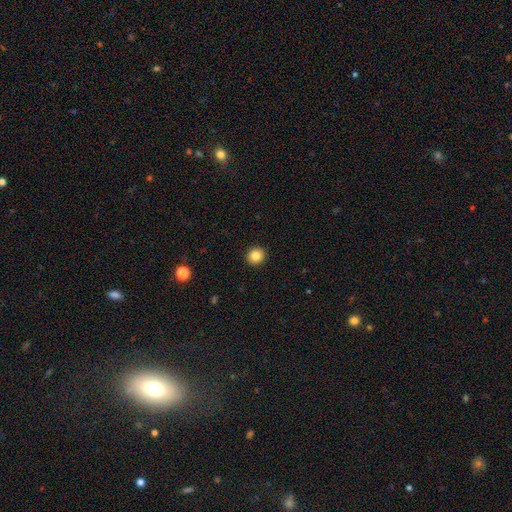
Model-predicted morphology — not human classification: Overall: smooth (83%). How rounded: round (93%). Merging: none (93%).